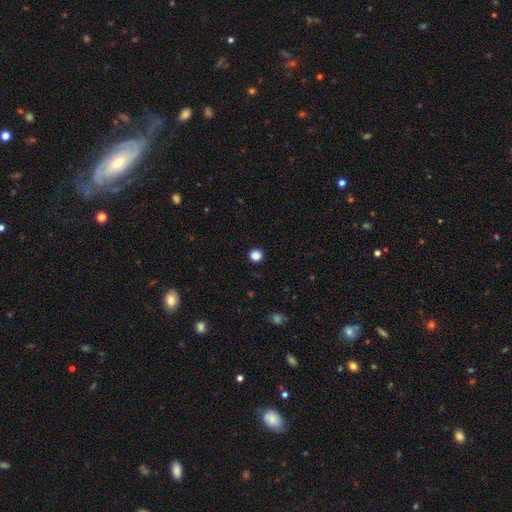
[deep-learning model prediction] Overall: smooth (86%). How rounded: round (94%). Merging: none (93%).